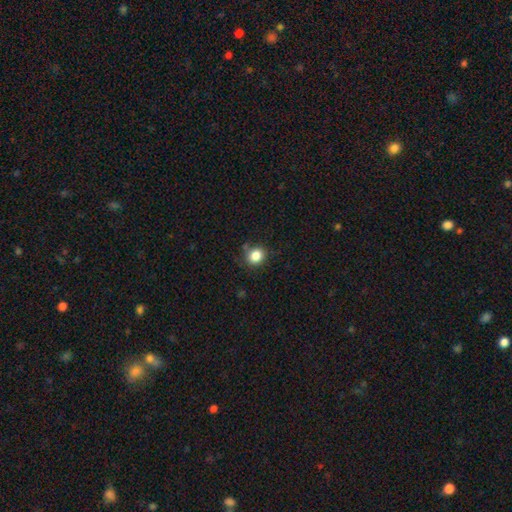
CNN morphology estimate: A smooth galaxy with no disk features (84%) that is round (74%).

Vote fractions:
- Smooth or featured? smooth: 84% / star or artifact: 11% / featured or disk: 5%
- How rounded? round: 74% / in between: 26% / cigar-shaped: 1%
- Merging? none: 78% / minor disturbance: 14% / merger: 4% / major disturbance: 4%